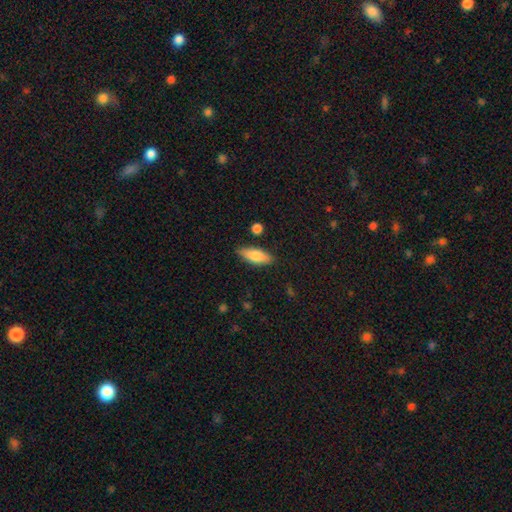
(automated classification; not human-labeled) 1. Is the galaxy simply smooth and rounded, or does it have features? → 79% smooth, 15% featured or disk, 6% star or artifact.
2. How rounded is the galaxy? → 70% in between, 28% cigar-shaped, 2% round.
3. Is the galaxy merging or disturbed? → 84% none, 11% minor disturbance, 2% merger, 2% major disturbance.